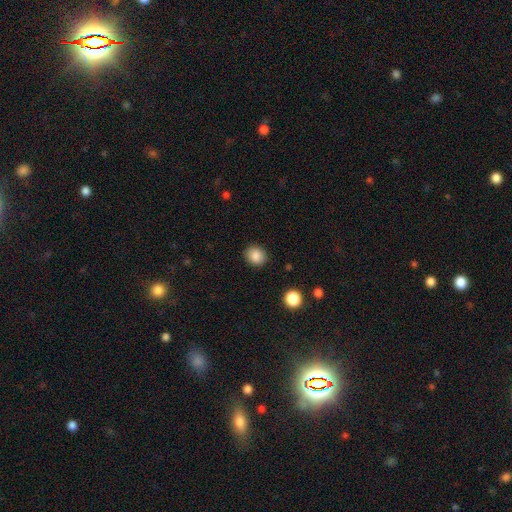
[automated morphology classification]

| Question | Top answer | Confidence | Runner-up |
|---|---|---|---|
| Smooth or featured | smooth | 87% | star or artifact (9%) |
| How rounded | round | 73% | in between (26%) |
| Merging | none | 89% | minor disturbance (8%) |